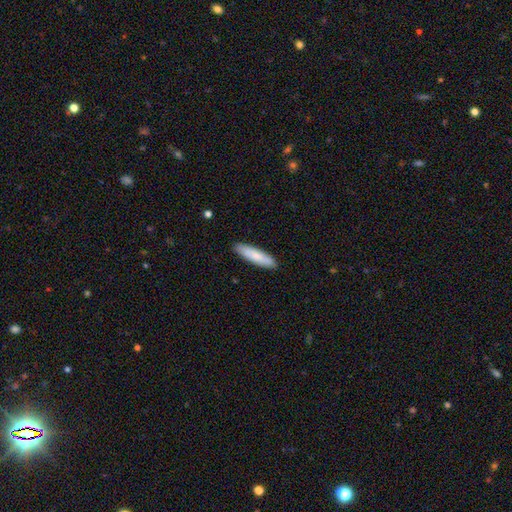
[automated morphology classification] Smooth or featured?
  - smooth: 81% *
  - featured or disk: 14%
  - star or artifact: 5%
How rounded?
  - cigar-shaped: 77% *
  - in between: 22%
  - round: 1%
Merging?
  - none: 90% *
  - minor disturbance: 7%
  - major disturbance: 1%
  - merger: 1%